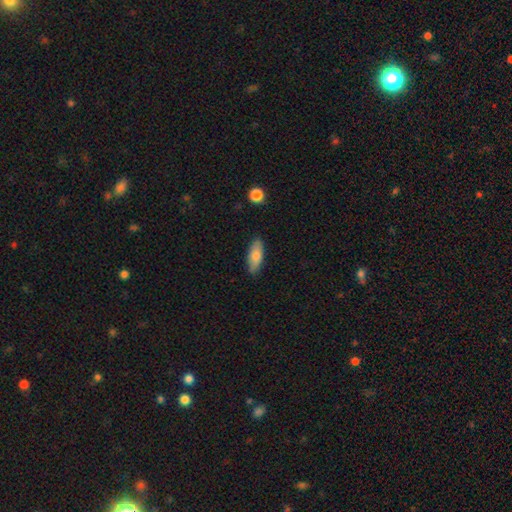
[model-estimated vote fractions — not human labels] Q: Smooth or featured?
A: smooth (78%); runner-up: featured or disk (16%)
Q: How rounded?
A: in between (70%); runner-up: cigar-shaped (28%)
Q: Merging?
A: none (85%); runner-up: minor disturbance (12%)